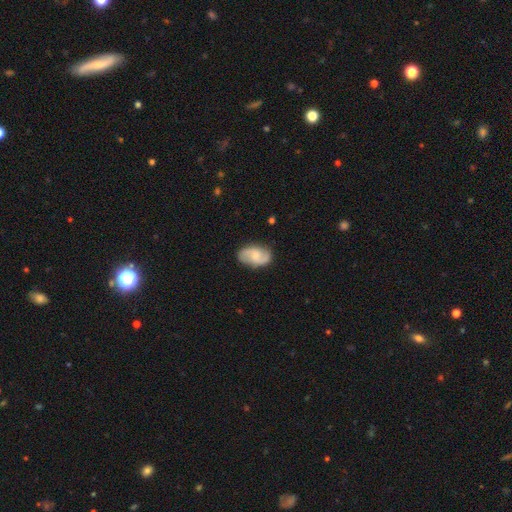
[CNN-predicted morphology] This appears to be a featured or disk galaxy (68%) with no bar (51%), 2 (90%) loose (42%, tied with medium) spiral arms (94%) and a small central bulge (46%). Merging: none (82%).